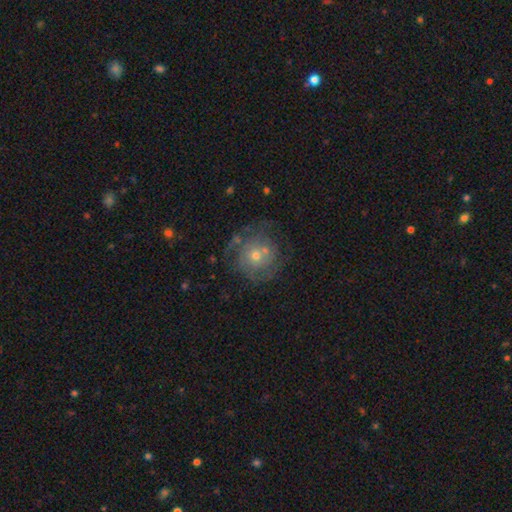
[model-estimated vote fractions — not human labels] This appears to be a featured or disk galaxy (63%) with no bar (85%), spiral arms (73%) and a moderate central bulge (48%). Merging: none (61%).